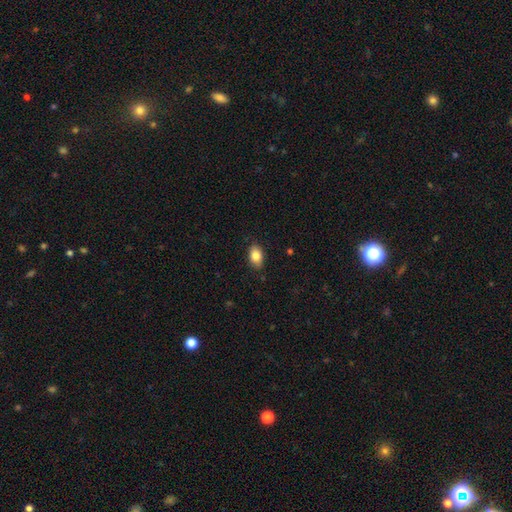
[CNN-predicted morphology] Smooth or featured? smooth (84%)
How rounded? in between (87%)
Merging? none (84%)